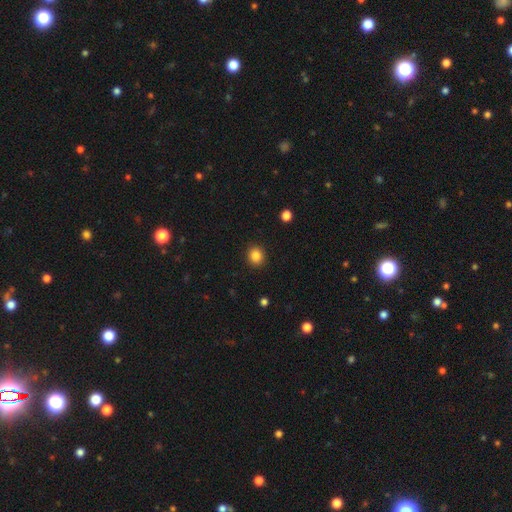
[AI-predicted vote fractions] Smooth or featured? smooth (85%)
How rounded? round (77%)
Merging? none (91%)